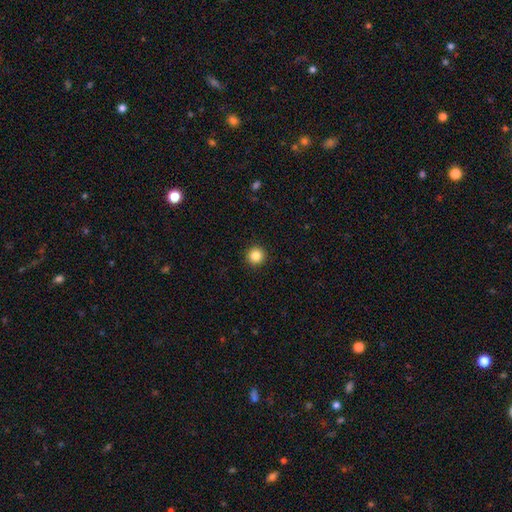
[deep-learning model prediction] Overall: smooth (85%). How rounded: round (96%). Merging: none (93%).